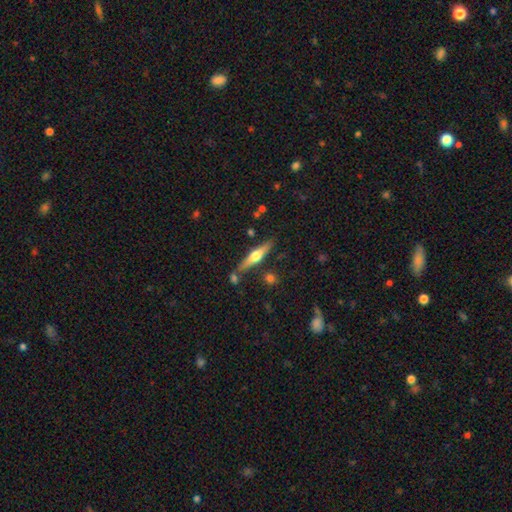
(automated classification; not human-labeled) Smooth or featured?
  - featured or disk: 62% *
  - smooth: 32%
  - star or artifact: 6%
Edge-on disk?
  - yes: 96% *
  - no: 4%
Edge-on bulge?
  - rounded: 92% *
  - boxy: 4%
  - none: 3%
Merging?
  - none: 79% *
  - minor disturbance: 11%
  - merger: 7%
  - major disturbance: 3%